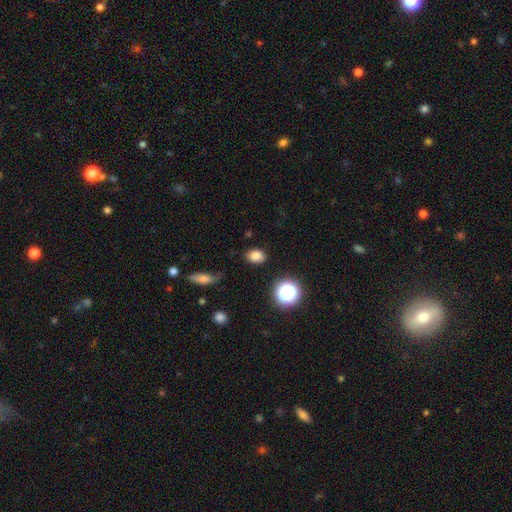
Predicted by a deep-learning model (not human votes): Smooth or featured? Predicted: smooth (p=0.81). How rounded? Predicted: in between (p=0.68). Merging? Predicted: none (p=0.84).